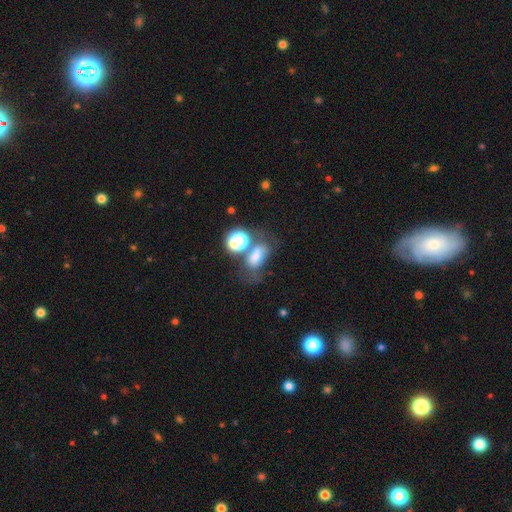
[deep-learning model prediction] This appears to be a smooth galaxy with no disk features (62%) that is in between round and cigar-shaped (74%). Merging: none (35%).